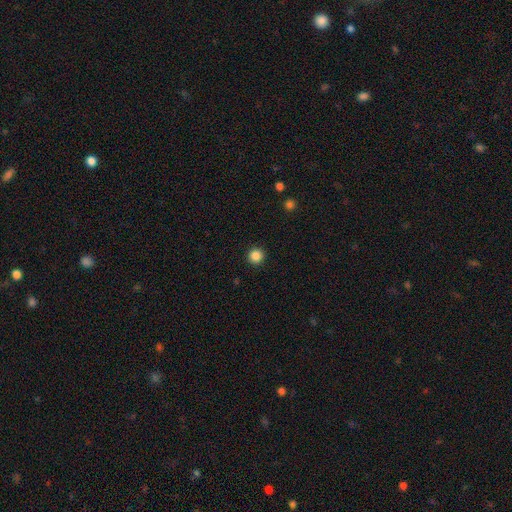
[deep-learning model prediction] smooth_or_featured: smooth (p=0.86) [alt: star or artifact p=0.11]
how_rounded: round (p=0.96) [alt: in between p=0.03]
merging: none (p=0.93) [alt: minor disturbance p=0.04]